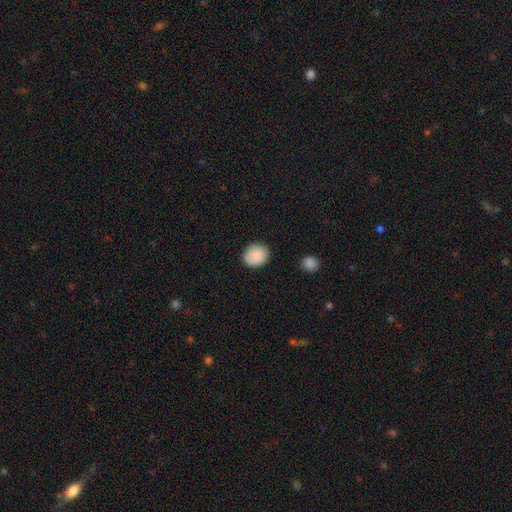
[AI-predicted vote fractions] Smooth or featured: smooth — 88% (star or artifact — 7%)
How rounded: round — 73% (in between — 26%)
Merging: none — 85% (minor disturbance — 11%)